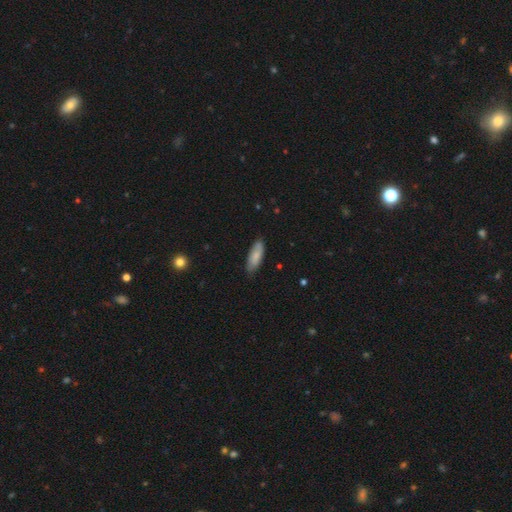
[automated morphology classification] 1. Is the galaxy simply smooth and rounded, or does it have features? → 78% smooth, 16% featured or disk, 6% star or artifact.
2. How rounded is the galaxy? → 66% in between, 32% cigar-shaped, 2% round.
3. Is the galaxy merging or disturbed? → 81% none, 15% minor disturbance, 2% major disturbance, 1% merger.